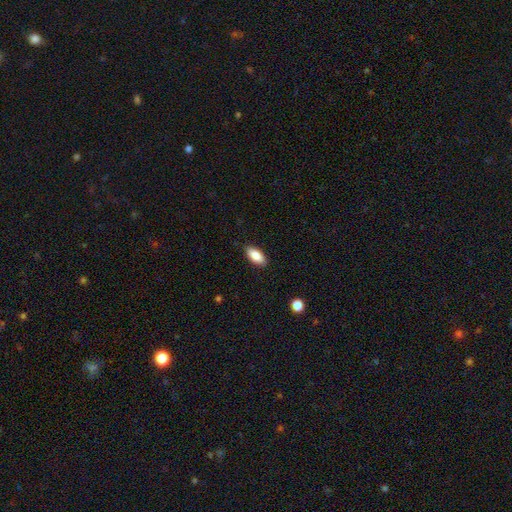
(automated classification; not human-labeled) Smooth or featured? smooth (86%)
How rounded? in between (89%)
Merging? none (88%)